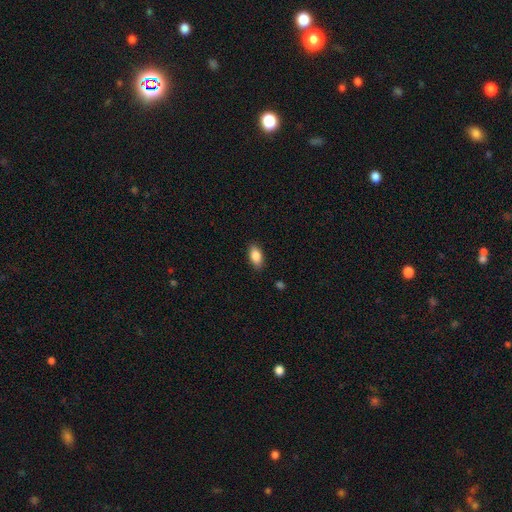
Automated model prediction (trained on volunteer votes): smooth 86%, star or artifact 7%, featured or disk 7%. Down the decision tree: how rounded — in between (90%); merging — none (87%).